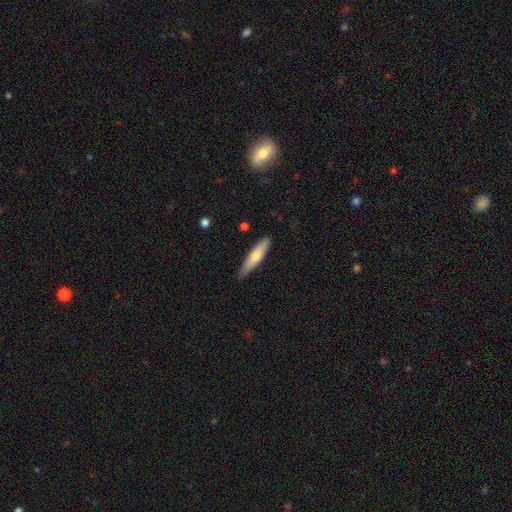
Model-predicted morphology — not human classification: The model was most divided on "smooth or featured": smooth: 67%, featured or disk: 28%, star or artifact: 5%. More confident: merging — none (83%); how rounded — cigar-shaped (81%).